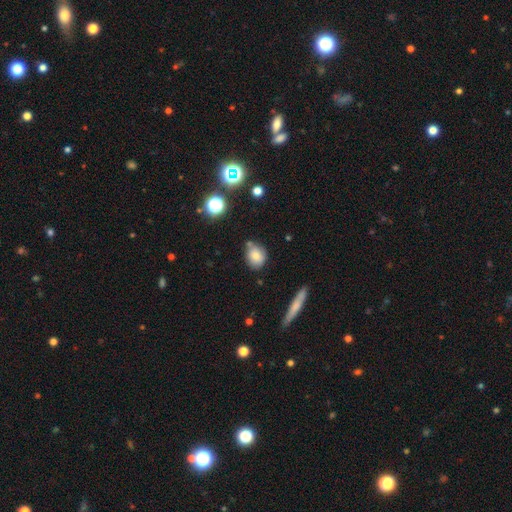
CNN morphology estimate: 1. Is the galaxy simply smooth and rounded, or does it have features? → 75% smooth, 13% featured or disk, 11% star or artifact.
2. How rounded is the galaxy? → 52% round, 46% in between, 2% cigar-shaped.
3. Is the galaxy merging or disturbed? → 64% none, 22% minor disturbance, 9% merger, 4% major disturbance.